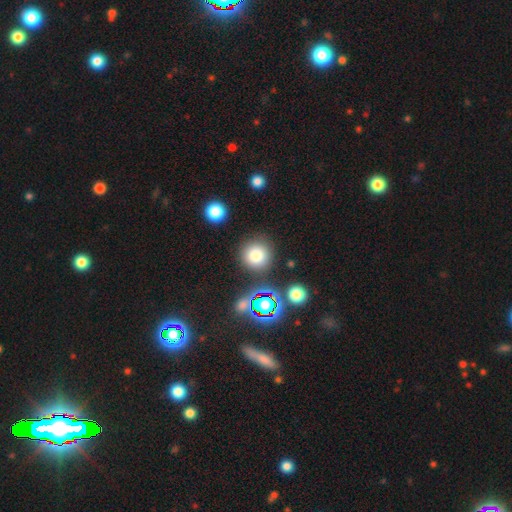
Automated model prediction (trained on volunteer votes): This appears to be a smooth galaxy with no disk features (79%) that is round (93%). Merging: none (83%).